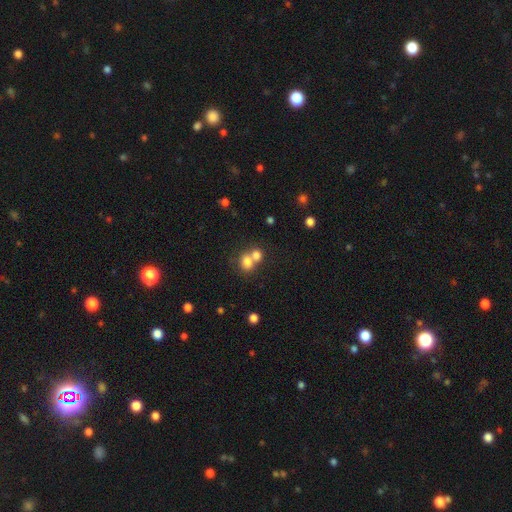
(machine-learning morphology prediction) Smooth or featured? Predicted: smooth (p=0.75). How rounded? Predicted: round (p=0.65). Merging? Predicted: merger (p=0.59).